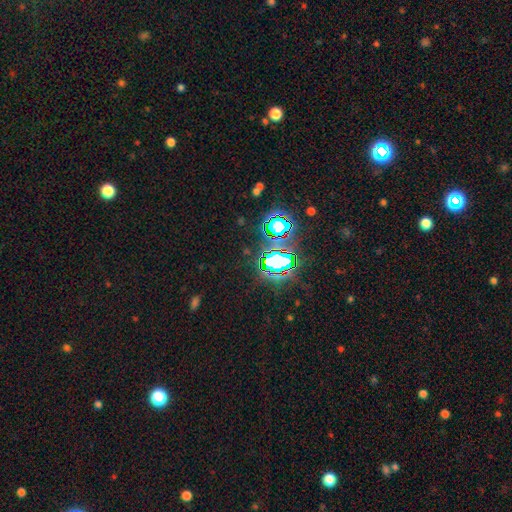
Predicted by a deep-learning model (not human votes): The model was most divided on "smooth or featured": star or artifact: 78%, smooth: 14%, featured or disk: 8%.